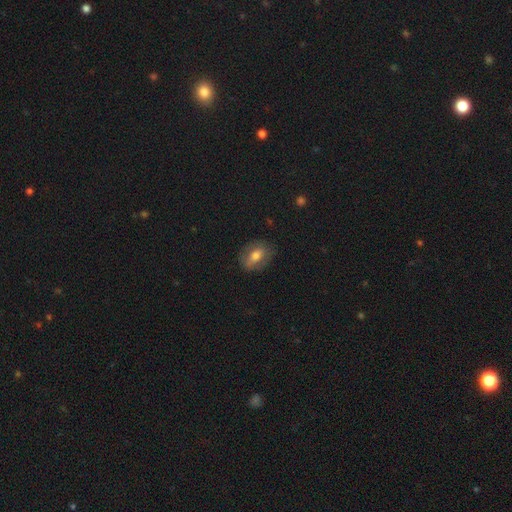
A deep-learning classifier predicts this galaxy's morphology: A smooth galaxy with no disk features (59%) that is in between round and cigar-shaped (74%). Merging: none (79%).